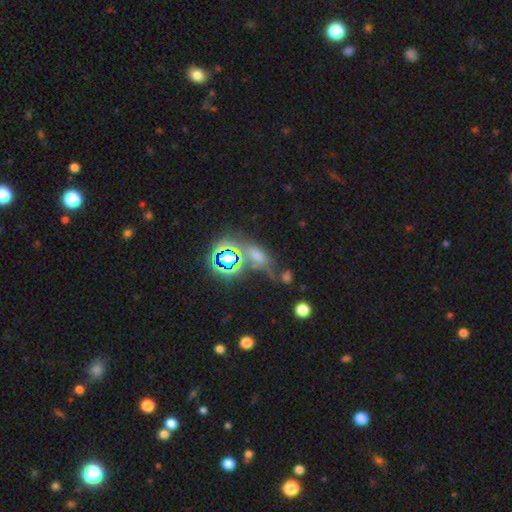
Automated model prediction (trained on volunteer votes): Smooth or featured? Predicted: star or artifact (p=0.55).